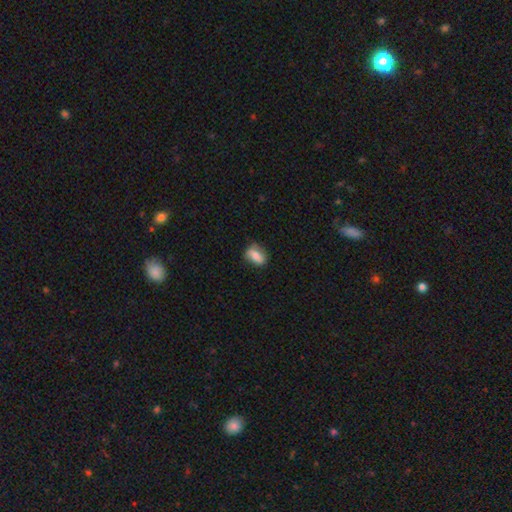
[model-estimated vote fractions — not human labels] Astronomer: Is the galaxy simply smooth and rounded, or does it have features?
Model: smooth — 73%.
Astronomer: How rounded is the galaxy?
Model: in between — 80%.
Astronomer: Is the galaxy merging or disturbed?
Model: none — 73%.